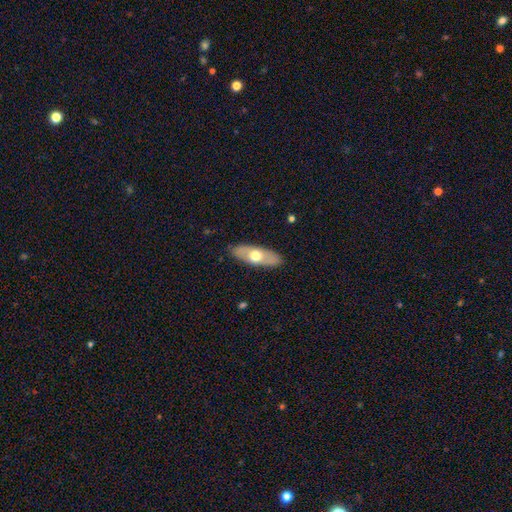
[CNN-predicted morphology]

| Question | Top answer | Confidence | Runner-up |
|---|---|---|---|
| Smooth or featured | smooth | 52% | featured or disk (43%) |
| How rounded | in between | 67% | cigar-shaped (29%) |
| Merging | none | 87% | minor disturbance (10%) |